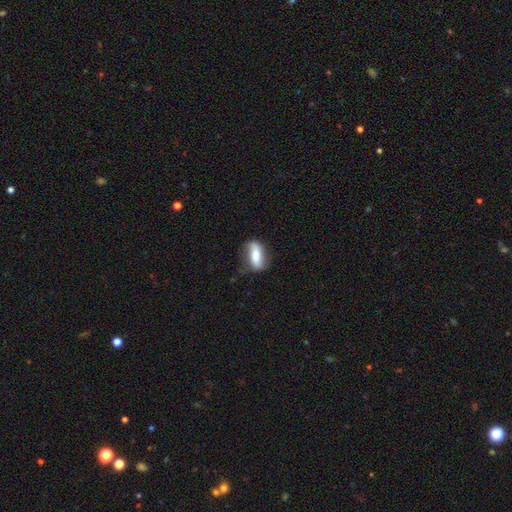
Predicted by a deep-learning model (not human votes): This appears to be a smooth galaxy with no disk features (50%). Merging: none (66%).